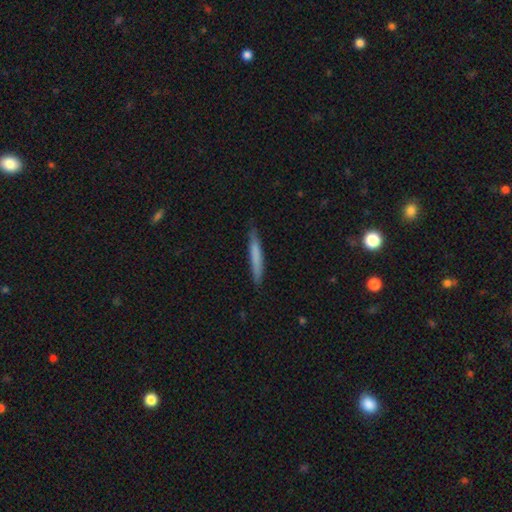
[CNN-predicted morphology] Overall: smooth (71%). How rounded: cigar-shaped (95%). Merging: none (86%).